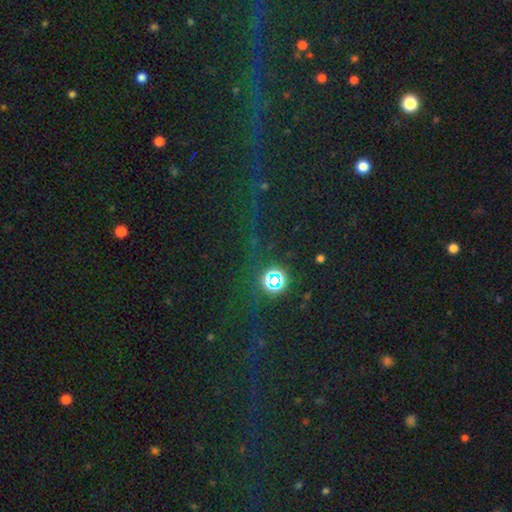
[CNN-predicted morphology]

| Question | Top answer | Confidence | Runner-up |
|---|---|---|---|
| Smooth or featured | star or artifact | 74% | smooth (16%) |